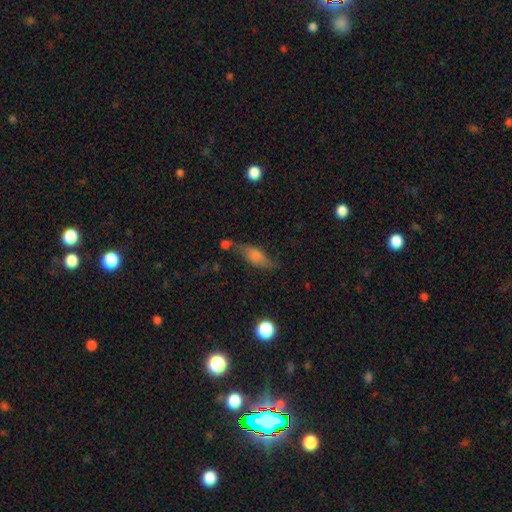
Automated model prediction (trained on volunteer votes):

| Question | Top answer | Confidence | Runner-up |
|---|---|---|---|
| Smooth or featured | smooth | 59% | featured or disk (30%) |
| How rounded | in between | 72% | cigar-shaped (23%) |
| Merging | none | 44% | minor disturbance (25%) |